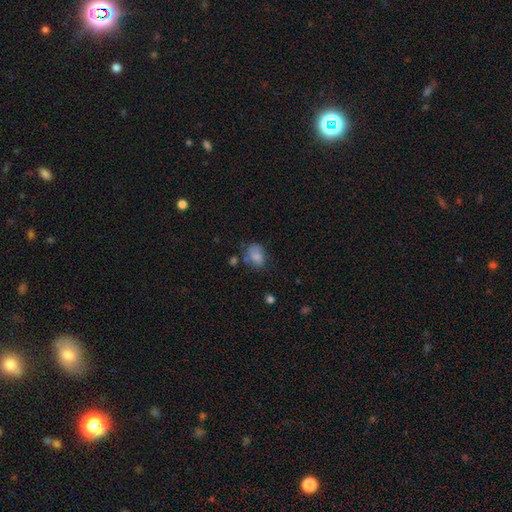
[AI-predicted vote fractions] A smooth galaxy with no disk features (77%) that is in between round and cigar-shaped (74%).

Vote fractions:
- Smooth or featured? smooth: 77% / featured or disk: 14% / star or artifact: 10%
- How rounded? in between: 74% / round: 24% / cigar-shaped: 1%
- Merging? none: 53% / minor disturbance: 26% / major disturbance: 11% / merger: 10%